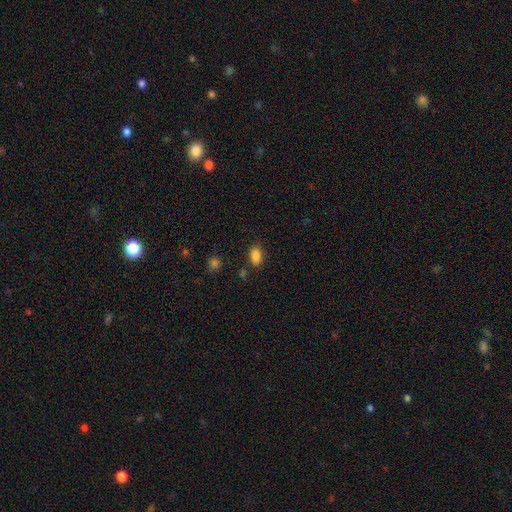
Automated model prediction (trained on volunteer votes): A smooth galaxy with no disk features (86%) that is in between round and cigar-shaped (89%).

Vote fractions:
- Smooth or featured? smooth: 86% / star or artifact: 10% / featured or disk: 4%
- How rounded? in between: 89% / round: 8% / cigar-shaped: 3%
- Merging? none: 82% / minor disturbance: 12% / merger: 3% / major disturbance: 3%